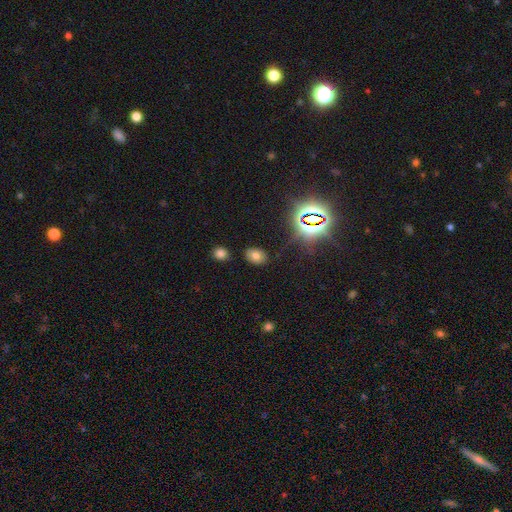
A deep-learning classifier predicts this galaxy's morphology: Q: Smooth or featured?
A: smooth (67%); runner-up: star or artifact (22%)
Q: How rounded?
A: in between (73%); runner-up: round (25%)
Q: Merging?
A: none (84%); runner-up: minor disturbance (11%)